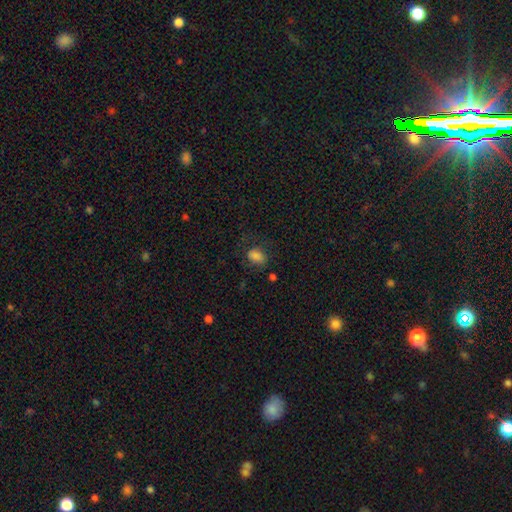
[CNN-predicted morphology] type=smooth (80%); roundness=in between (73%); merging=none (62%).